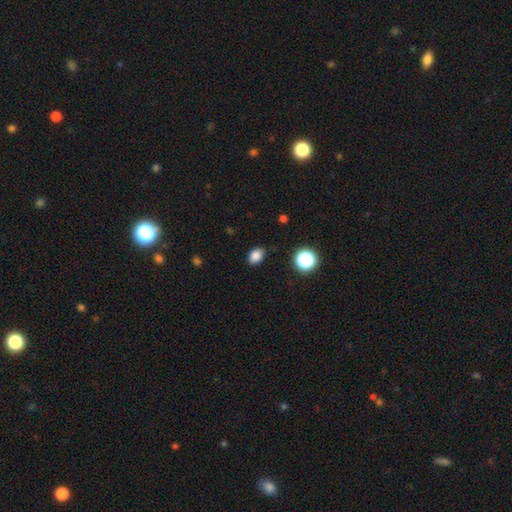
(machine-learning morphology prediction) smooth-or-featured: smooth: 84% | star or artifact: 12% | featured or disk: 5%
  how-rounded: in between: 71% | round: 28% | cigar-shaped: 1%
  merging: none: 83% | minor disturbance: 13% | major disturbance: 3% | merger: 1%